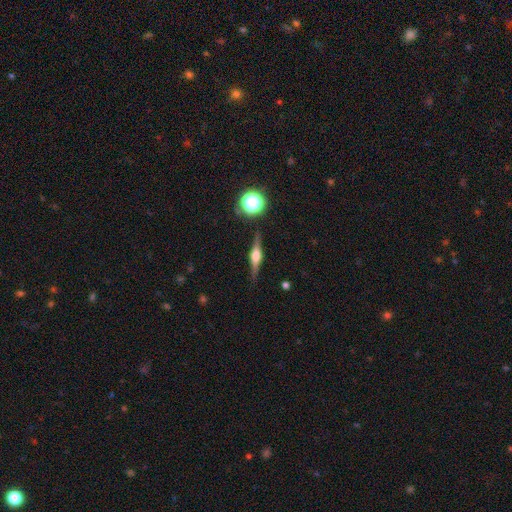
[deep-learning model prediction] Smooth or featured? Predicted: featured or disk (p=0.76). Edge-on disk? Predicted: yes (p=0.97). Edge-on bulge? Predicted: rounded (p=0.89). Merging? Predicted: none (p=0.88).